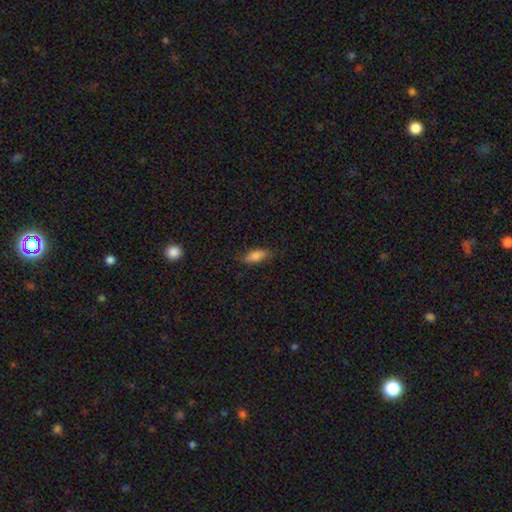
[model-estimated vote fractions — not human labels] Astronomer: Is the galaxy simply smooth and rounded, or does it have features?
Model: smooth — 79%.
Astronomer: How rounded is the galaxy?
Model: in between — 73%.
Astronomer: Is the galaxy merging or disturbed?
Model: none — 78%.